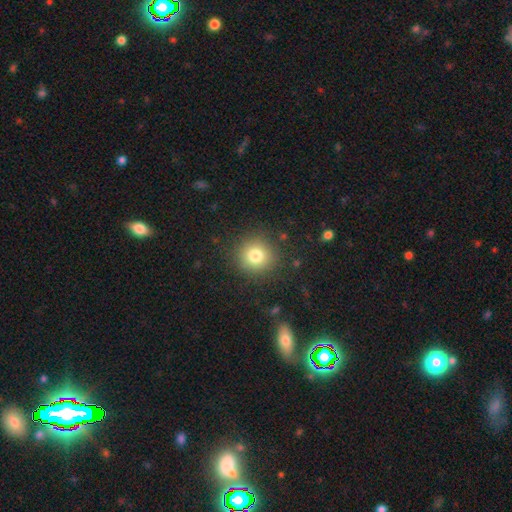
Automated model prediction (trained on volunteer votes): A smooth galaxy with no disk features (79%) that is round (92%).

Vote fractions:
- Smooth or featured? smooth: 79% / star or artifact: 13% / featured or disk: 8%
- How rounded? round: 92% / in between: 7% / cigar-shaped: 1%
- Merging? none: 89% / minor disturbance: 7% / major disturbance: 3% / merger: 1%